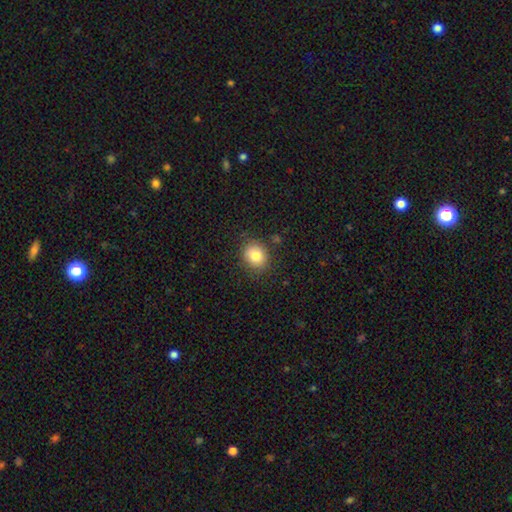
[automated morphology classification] The model was most divided on "how rounded": round: 71%, in between: 29%, cigar-shaped: 1%. More confident: merging — none (83%); smooth or featured — smooth (81%).